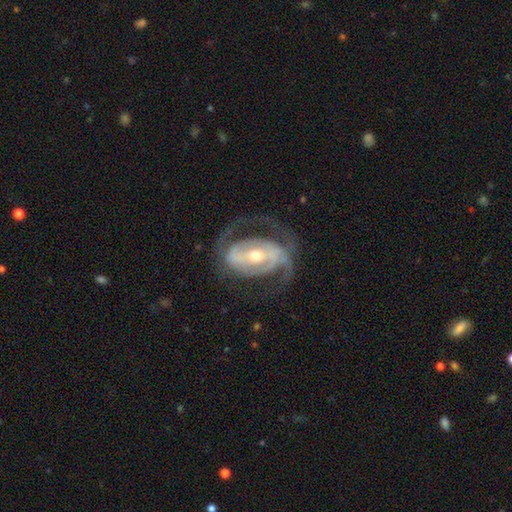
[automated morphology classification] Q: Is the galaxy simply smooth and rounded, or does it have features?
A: featured or disk — 89%.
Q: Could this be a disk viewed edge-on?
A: no — 96%.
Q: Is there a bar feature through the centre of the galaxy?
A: strong — 52%.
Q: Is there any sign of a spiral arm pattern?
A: yes — 93%.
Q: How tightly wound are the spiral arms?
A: medium — 49%.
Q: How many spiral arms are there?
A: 2 — 76%.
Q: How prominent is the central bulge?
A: moderate — 53%.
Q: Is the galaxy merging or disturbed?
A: none — 64%.